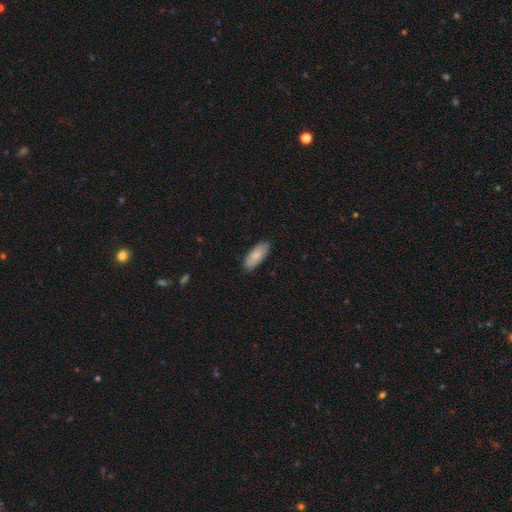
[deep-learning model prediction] Smooth or featured: smooth — 83% (featured or disk — 12%)
How rounded: in between — 82% (cigar-shaped — 16%)
Merging: none — 86% (minor disturbance — 11%)